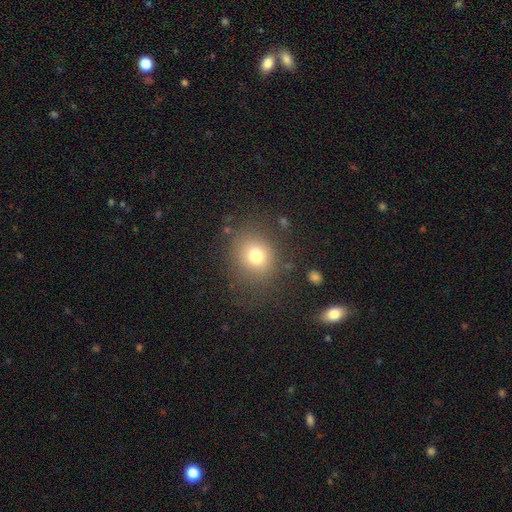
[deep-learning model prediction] Smooth or featured? smooth (75%)
How rounded? round (75%)
Merging? none (76%)